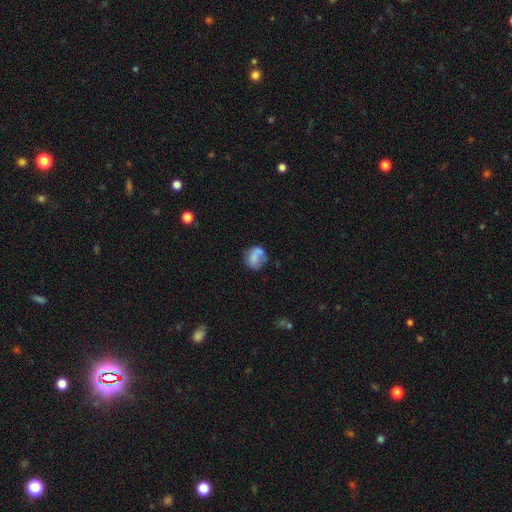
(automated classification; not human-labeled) The model was most divided on "merging": none: 47%, minor disturbance: 27%, major disturbance: 15%, merger: 11%. More confident: smooth or featured — smooth (69%); how rounded — round (68%).